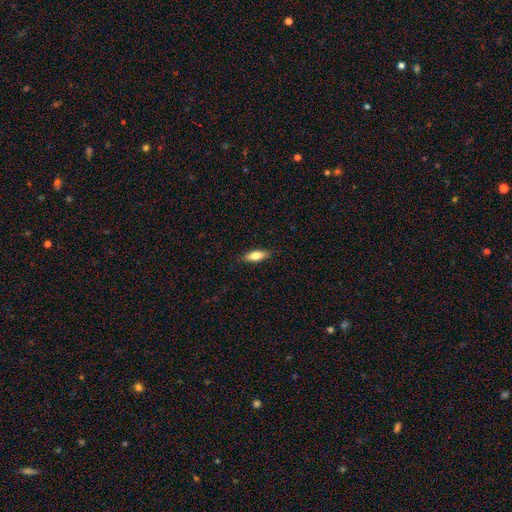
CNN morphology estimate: This appears to be a smooth galaxy with no disk features (74%) that is in between round and cigar-shaped (67%). Merging: none (88%).